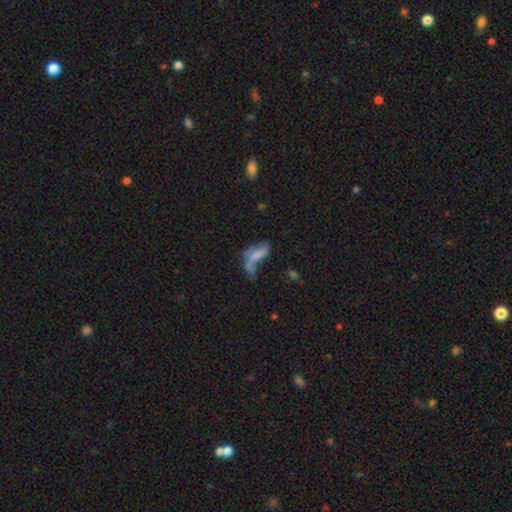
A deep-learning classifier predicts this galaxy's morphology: Q: Smooth or featured?
A: smooth (55%); runner-up: featured or disk (31%)
Q: How rounded?
A: in between (74%); runner-up: cigar-shaped (22%)
Q: Merging?
A: merger (34%); runner-up: major disturbance (30%)